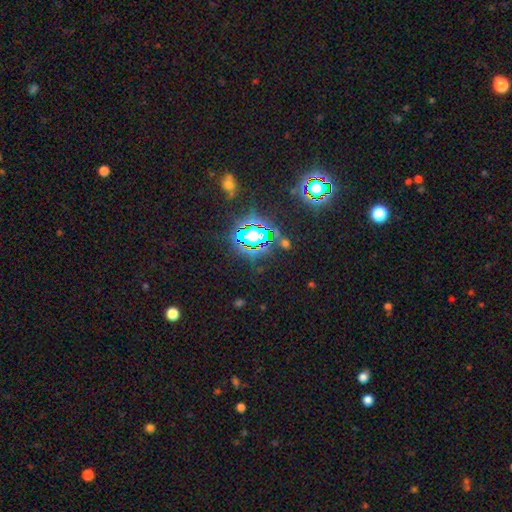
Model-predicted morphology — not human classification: This is likely a star or artifact rather than a galaxy (80%).